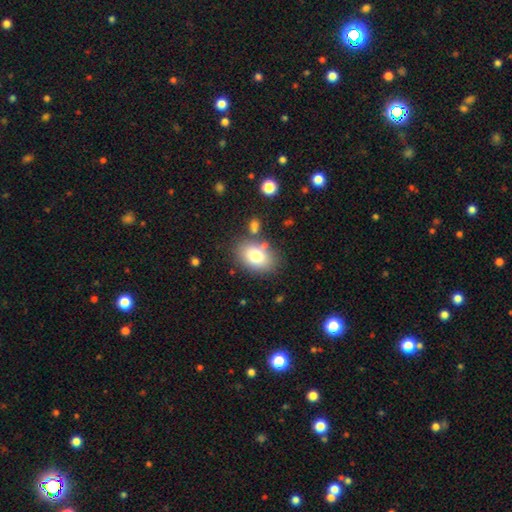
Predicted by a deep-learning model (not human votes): Morphology: type=smooth (77%); roundness=in between (80%); merging=none (77%).